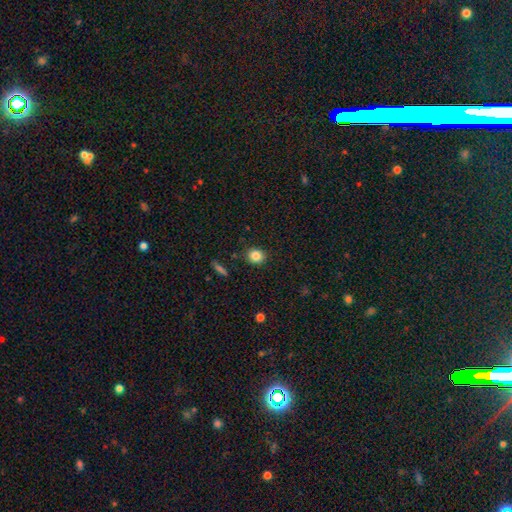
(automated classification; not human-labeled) This appears to be a smooth galaxy with no disk features (84%) that is round (78%). Merging: none (88%).